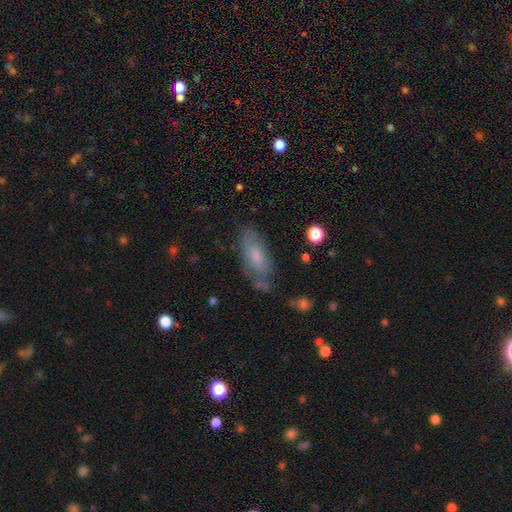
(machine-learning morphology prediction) A smooth galaxy with no disk features (61%) that is in between round and cigar-shaped (79%).

Vote fractions:
- Smooth or featured? smooth: 61% / featured or disk: 31% / star or artifact: 8%
- How rounded? in between: 79% / cigar-shaped: 19% / round: 3%
- Merging? none: 62% / minor disturbance: 25% / major disturbance: 9% / merger: 4%